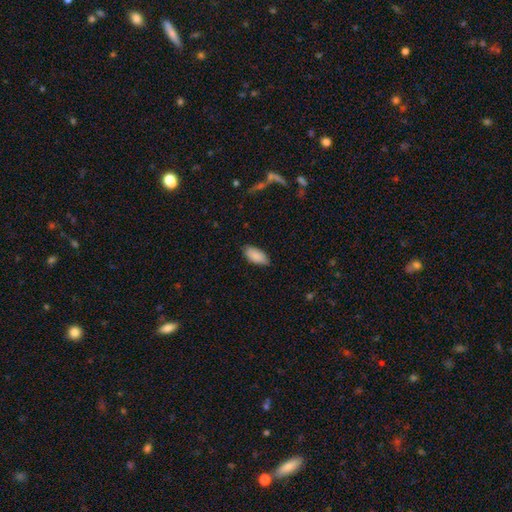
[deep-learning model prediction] This is clearly a smooth galaxy (89%). How rounded: clearly in between (90%). Merging: clearly none (84%).